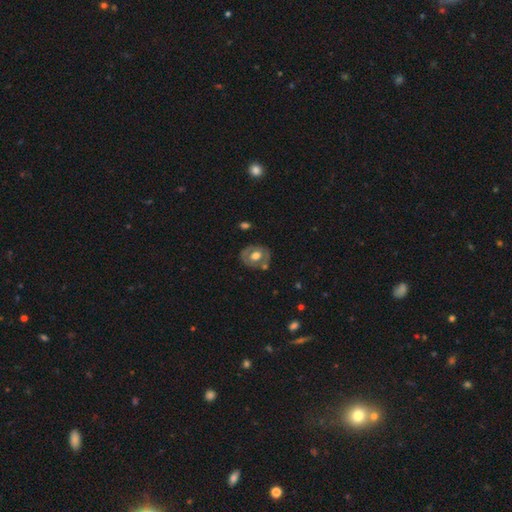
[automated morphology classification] A featured or disk galaxy (49%).

Vote fractions:
- Smooth or featured? featured or disk: 49% / smooth: 44% / star or artifact: 7%
- Merging? none: 71% / minor disturbance: 18% / merger: 6% / major disturbance: 6%